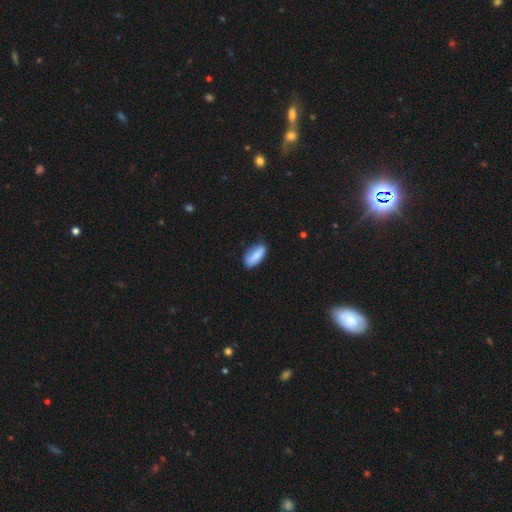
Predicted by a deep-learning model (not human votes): Morphology: type=smooth (85%); roundness=in between (84%); merging=none (65%).